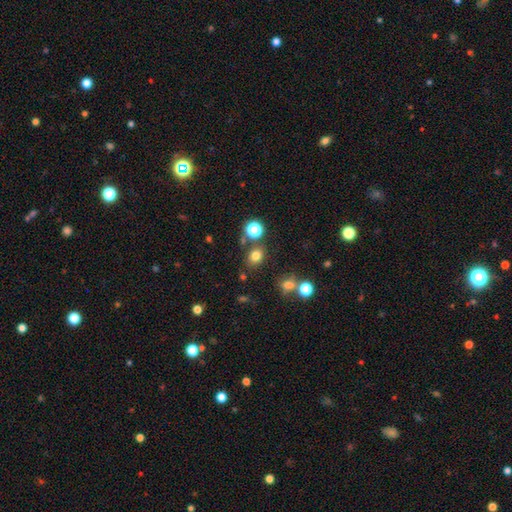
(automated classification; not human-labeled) A smooth galaxy with no disk features (76%) that is round (57%).

Vote fractions:
- Smooth or featured? smooth: 76% / star or artifact: 17% / featured or disk: 7%
- How rounded? round: 57% / in between: 42% / cigar-shaped: 1%
- Merging? none: 76% / minor disturbance: 11% / merger: 8% / major disturbance: 4%